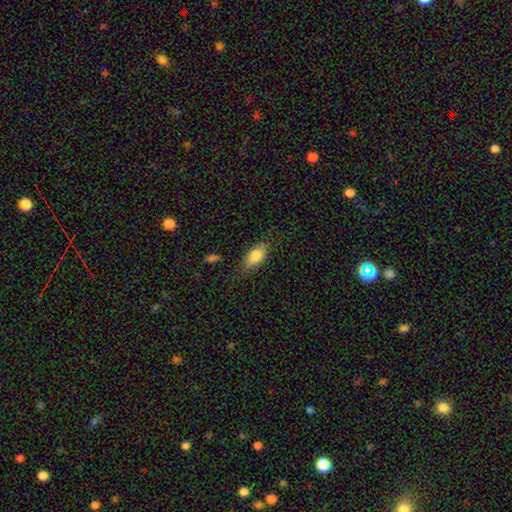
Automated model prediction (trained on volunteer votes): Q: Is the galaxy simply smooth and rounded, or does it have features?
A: smooth — 81%.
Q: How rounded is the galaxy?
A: in between — 86%.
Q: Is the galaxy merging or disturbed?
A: none — 73%.